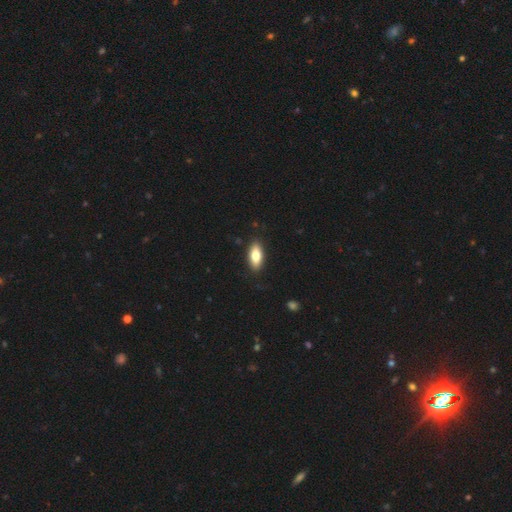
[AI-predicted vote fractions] Smooth or featured? Predicted: smooth (p=0.77). How rounded? Predicted: in between (p=0.81). Merging? Predicted: none (p=0.87).